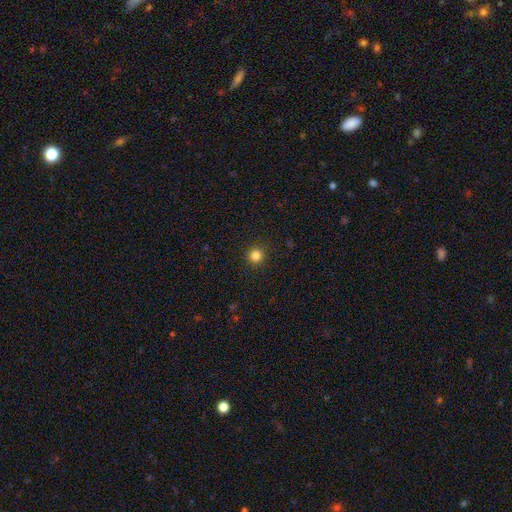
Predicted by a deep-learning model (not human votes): Overall: smooth (83%). How rounded: round (95%). Merging: none (92%).